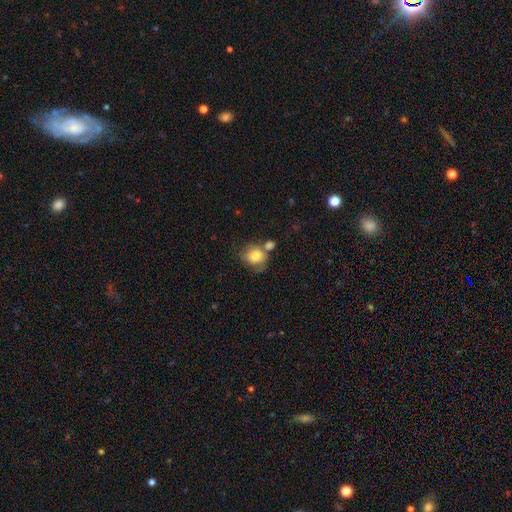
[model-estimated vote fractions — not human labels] A smooth galaxy with no disk features (77%) that is round (61%). Merging: none (36%).